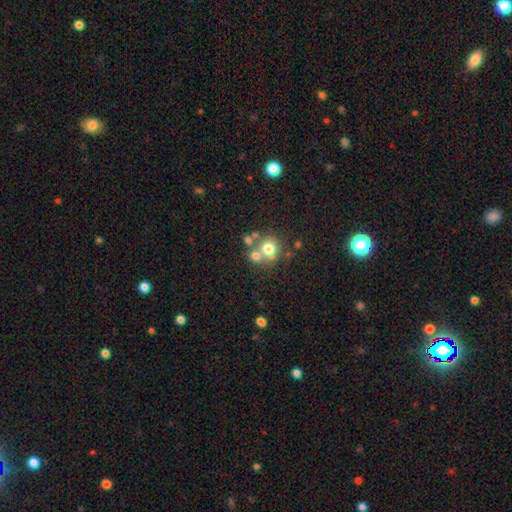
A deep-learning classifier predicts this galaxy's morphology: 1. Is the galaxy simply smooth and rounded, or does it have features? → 68% smooth, 19% featured or disk, 14% star or artifact.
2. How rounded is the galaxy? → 84% round, 15% in between, 1% cigar-shaped.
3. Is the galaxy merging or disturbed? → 48% none, 38% merger, 9% minor disturbance, 5% major disturbance.